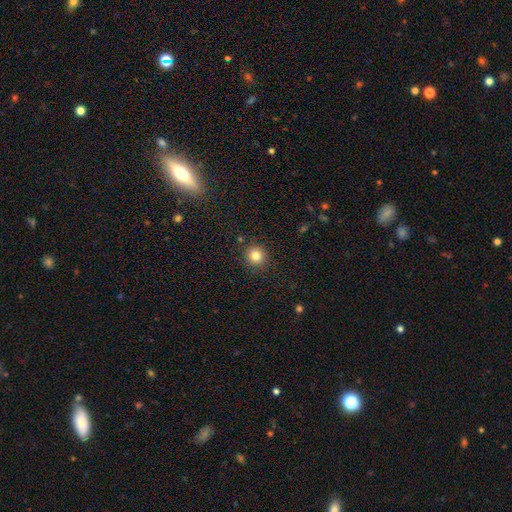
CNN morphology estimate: This appears to be a smooth galaxy with no disk features (82%) that is round (90%). Merging: none (90%).